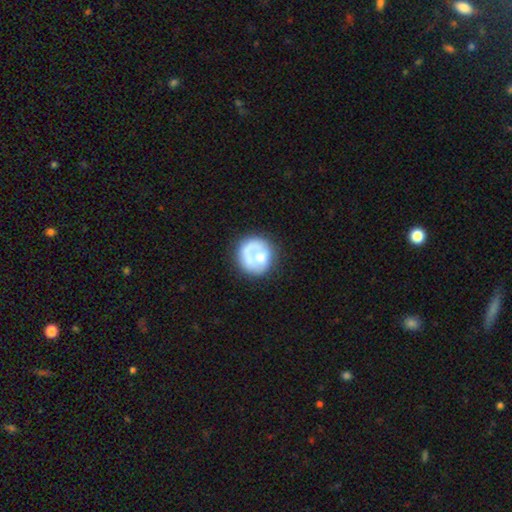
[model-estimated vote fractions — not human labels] Q: Smooth or featured?
A: smooth (57%); runner-up: featured or disk (37%)
Q: How rounded?
A: round (86%); runner-up: in between (13%)
Q: Merging?
A: none (60%); runner-up: minor disturbance (20%)